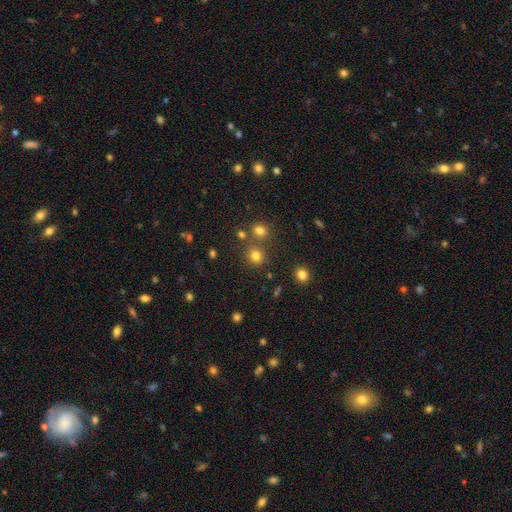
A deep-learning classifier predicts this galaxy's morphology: smooth 76%, star or artifact 18%, featured or disk 6%. Down the decision tree: how rounded — round (84%); merging — none (71%).